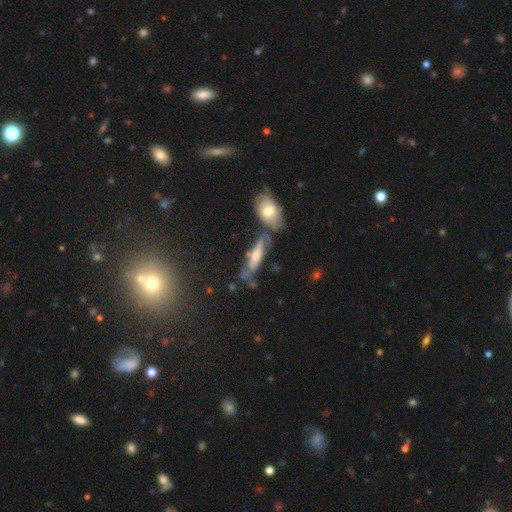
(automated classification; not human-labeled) smooth-or-featured: smooth: 50% | featured or disk: 41% | star or artifact: 9%
  how-rounded: cigar-shaped: 54% | in between: 43% | round: 3%
  merging: none: 49% | minor disturbance: 21% | merger: 21% | major disturbance: 9%